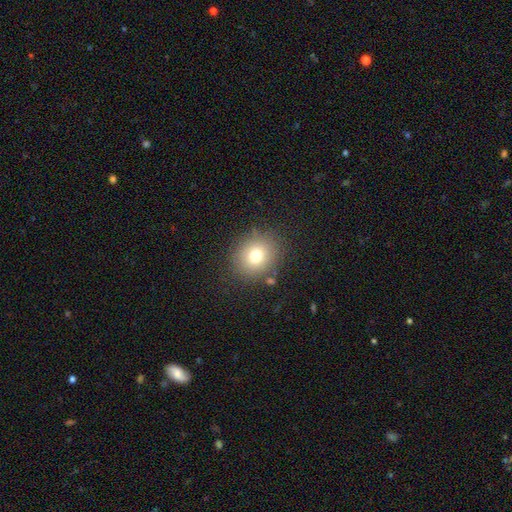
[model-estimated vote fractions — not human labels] This appears to be a smooth galaxy with no disk features (75%) that is round (74%). Merging: none (84%).